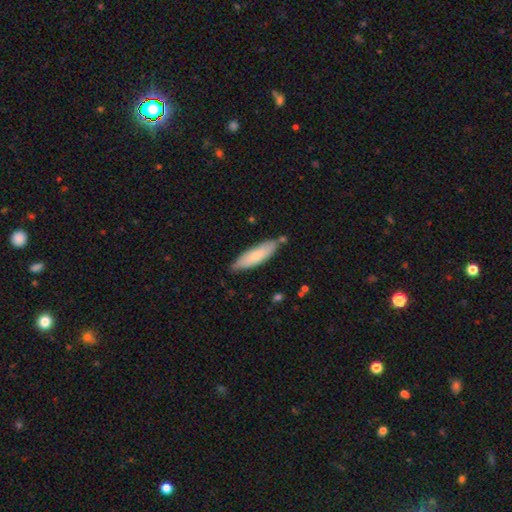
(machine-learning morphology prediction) type=smooth (73%); roundness=cigar-shaped (61%); merging=none (77%).